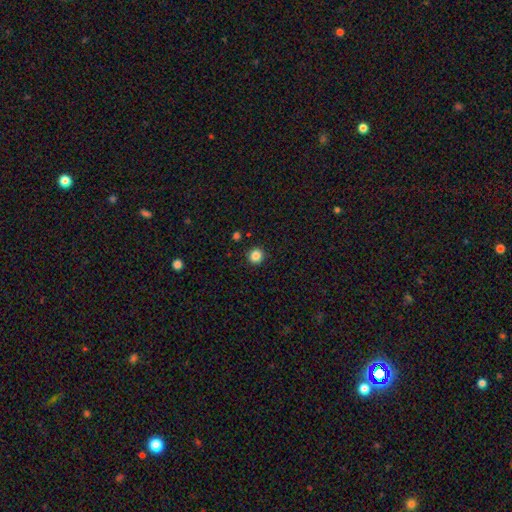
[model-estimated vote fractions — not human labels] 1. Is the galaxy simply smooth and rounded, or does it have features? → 85% smooth, 11% star or artifact, 4% featured or disk.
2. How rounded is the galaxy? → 94% round, 5% in between, 1% cigar-shaped.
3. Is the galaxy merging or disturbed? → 92% none, 5% minor disturbance, 2% major disturbance, 1% merger.